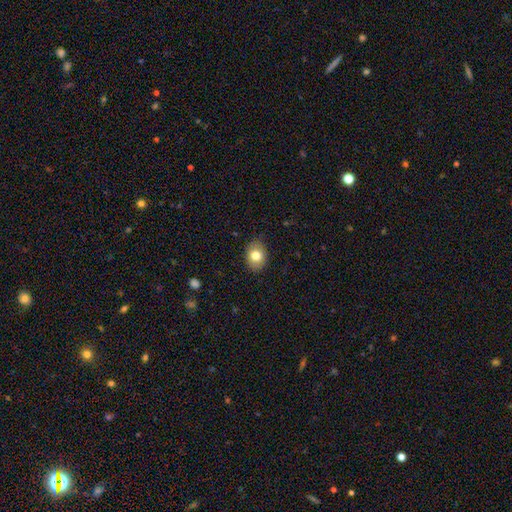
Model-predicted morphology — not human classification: Q: Smooth or featured?
A: smooth (80%); runner-up: featured or disk (12%)
Q: How rounded?
A: in between (67%); runner-up: round (32%)
Q: Merging?
A: none (86%); runner-up: minor disturbance (11%)